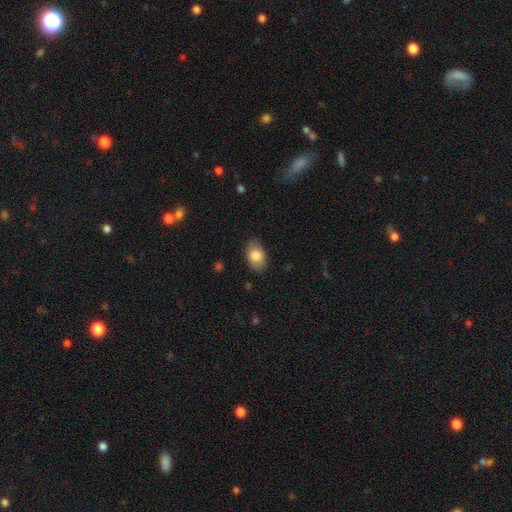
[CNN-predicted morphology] Smooth or featured? smooth (83%)
How rounded? in between (87%)
Merging? none (79%)